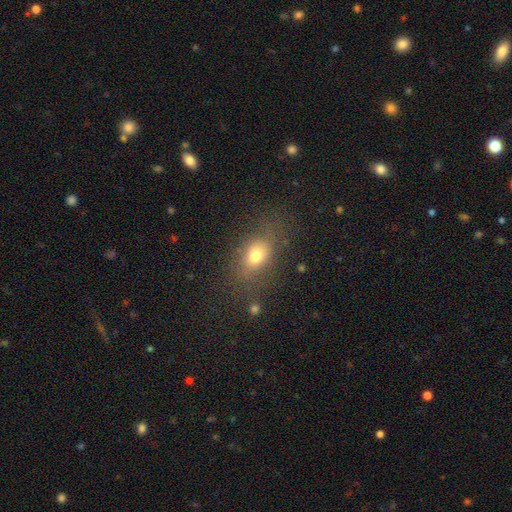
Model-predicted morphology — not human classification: Smooth or featured? smooth (75%)
How rounded? in between (70%)
Merging? none (68%)